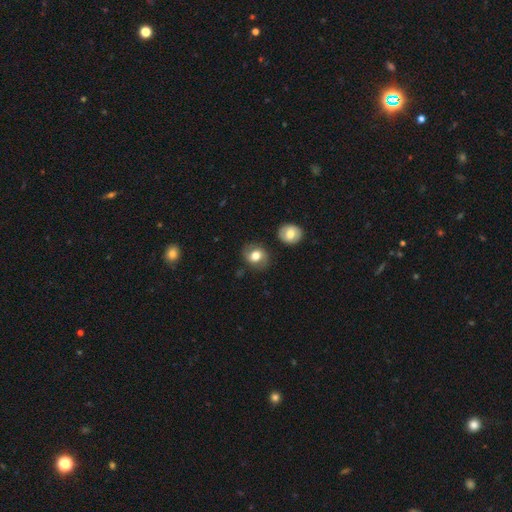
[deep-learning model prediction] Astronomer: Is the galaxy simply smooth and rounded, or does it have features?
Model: smooth — 71%.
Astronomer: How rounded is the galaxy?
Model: round — 64%.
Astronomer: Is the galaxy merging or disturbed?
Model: none — 79%.